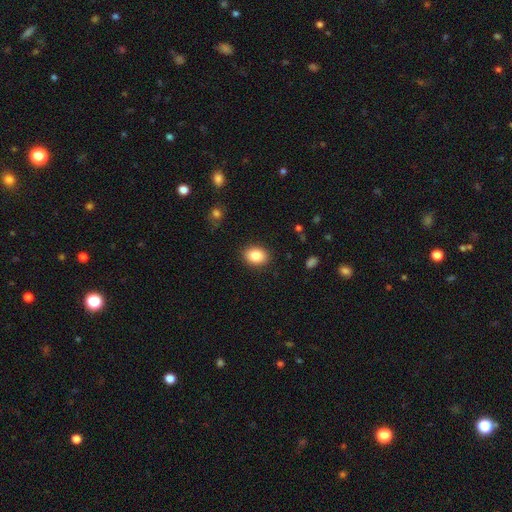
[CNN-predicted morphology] Smooth or featured?
  - smooth: 85% *
  - star or artifact: 8%
  - featured or disk: 7%
How rounded?
  - in between: 63% *
  - round: 36%
  - cigar-shaped: 1%
Merging?
  - none: 89% *
  - minor disturbance: 8%
  - major disturbance: 2%
  - merger: 1%